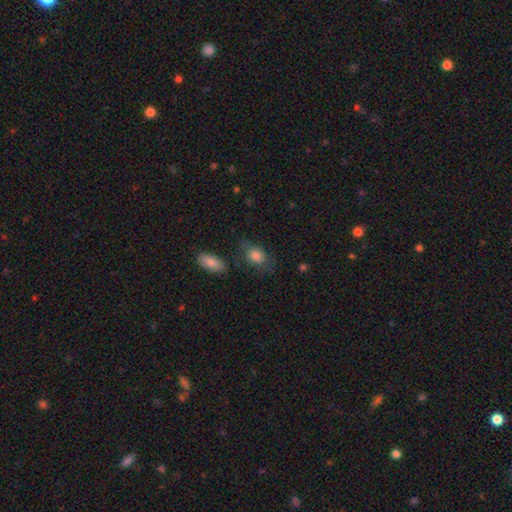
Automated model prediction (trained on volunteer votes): Smooth or featured: smooth — 78% (featured or disk — 13%)
How rounded: in between — 73% (round — 25%)
Merging: none — 59% (minor disturbance — 23%)